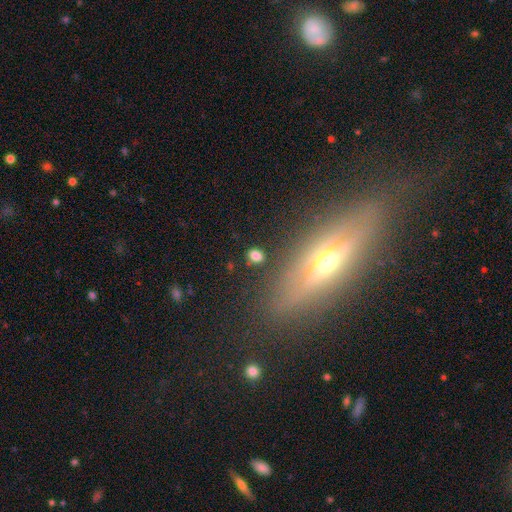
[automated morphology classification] This appears to be a smooth galaxy with no disk features (78%) that is round (49%). Merging: none (84%).